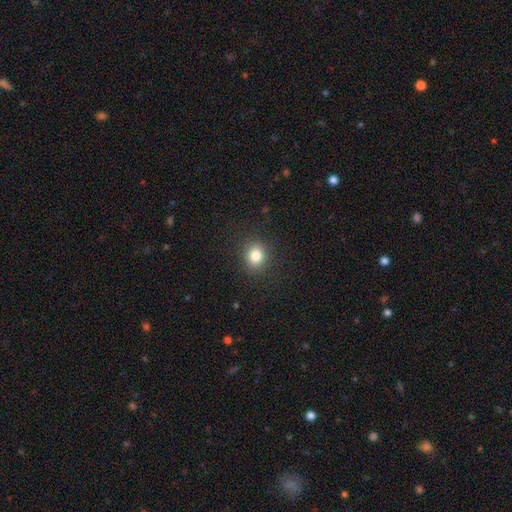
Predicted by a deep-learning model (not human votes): Smooth or featured?
  - smooth: 83% *
  - star or artifact: 11%
  - featured or disk: 6%
How rounded?
  - round: 67% *
  - in between: 32%
  - cigar-shaped: 1%
Merging?
  - none: 88% *
  - minor disturbance: 8%
  - major disturbance: 3%
  - merger: 1%